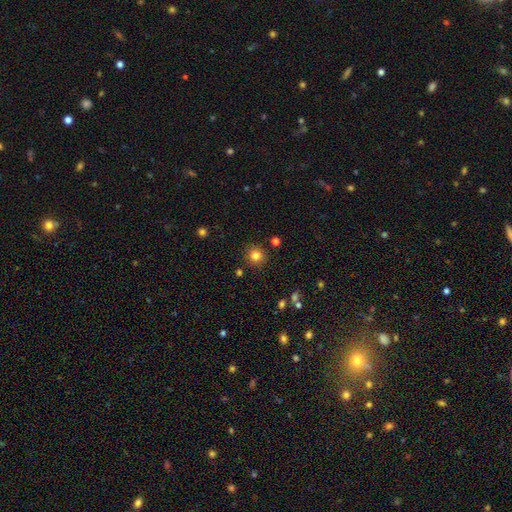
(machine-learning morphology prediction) This is clearly a smooth galaxy (81%). How rounded: clearly round (93%). Merging: clearly none (89%).